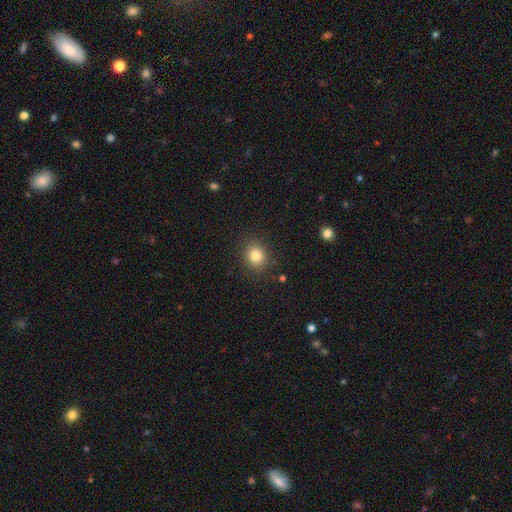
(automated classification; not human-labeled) The model was most divided on "how rounded": round: 77%, in between: 22%, cigar-shaped: 1%. More confident: merging — none (87%); smooth or featured — smooth (82%).